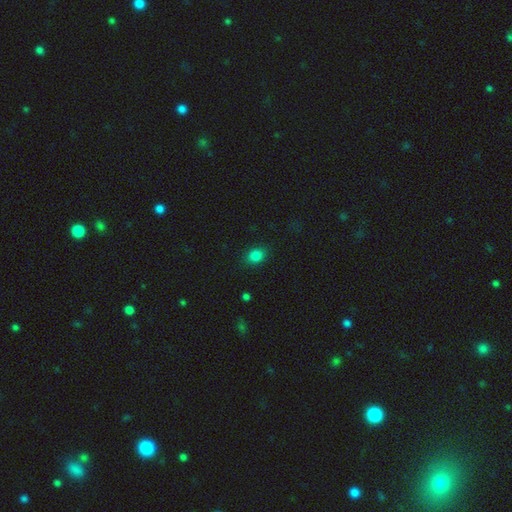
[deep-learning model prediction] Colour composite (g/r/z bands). It shows a smooth galaxy with no disk features (83%) that is in between round and cigar-shaped (57%). Merging: none (86%).